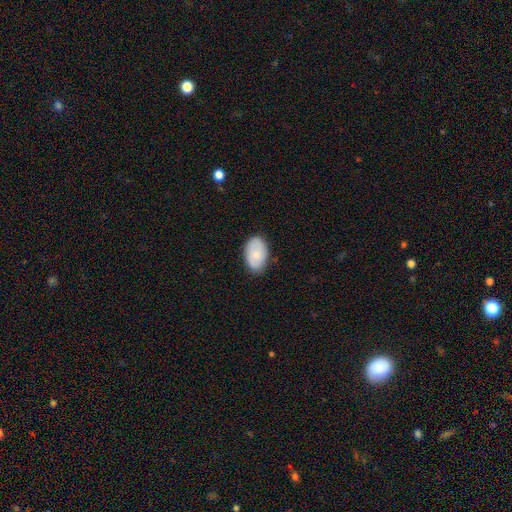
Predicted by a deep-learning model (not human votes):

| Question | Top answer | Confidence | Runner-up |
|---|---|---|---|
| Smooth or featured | smooth | 74% | featured or disk (20%) |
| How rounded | in between | 92% | round (7%) |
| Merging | none | 81% | minor disturbance (15%) |